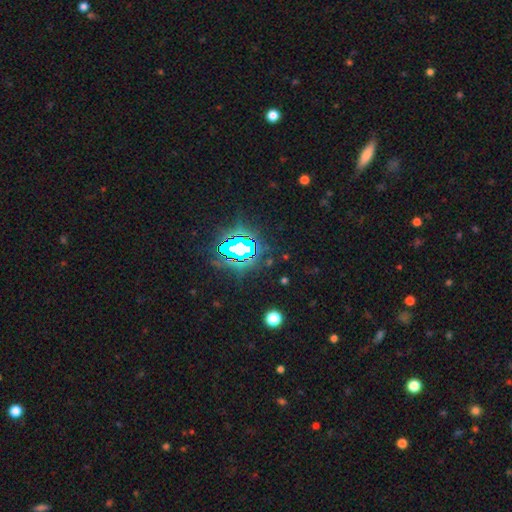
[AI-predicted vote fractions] smooth_or_featured: star or artifact (p=0.83) [alt: smooth p=0.10]